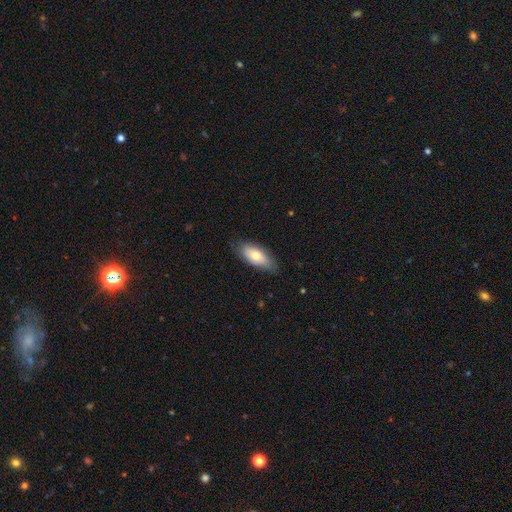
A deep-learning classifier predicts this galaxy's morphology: smooth-or-featured: smooth: 72% | featured or disk: 22% | star or artifact: 6%
  how-rounded: in between: 82% | cigar-shaped: 15% | round: 2%
  merging: none: 78% | minor disturbance: 18% | major disturbance: 3% | merger: 1%